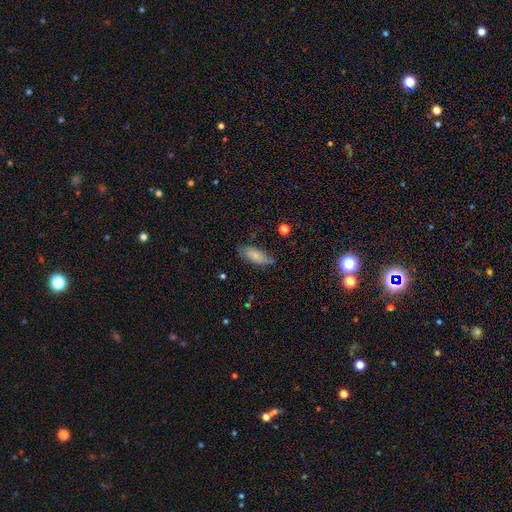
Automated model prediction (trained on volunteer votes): Smooth or featured? Predicted: smooth (p=0.78). How rounded? Predicted: in between (p=0.77). Merging? Predicted: none (p=0.65).